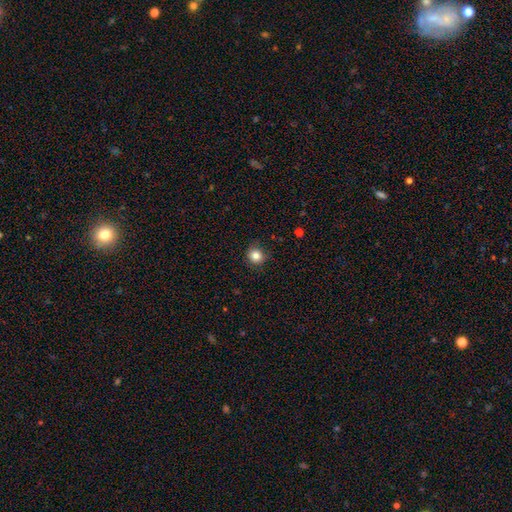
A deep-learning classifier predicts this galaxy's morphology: The model was most divided on "smooth or featured": smooth: 84%, star or artifact: 11%, featured or disk: 5%. More confident: how rounded — round (91%); merging — none (86%).